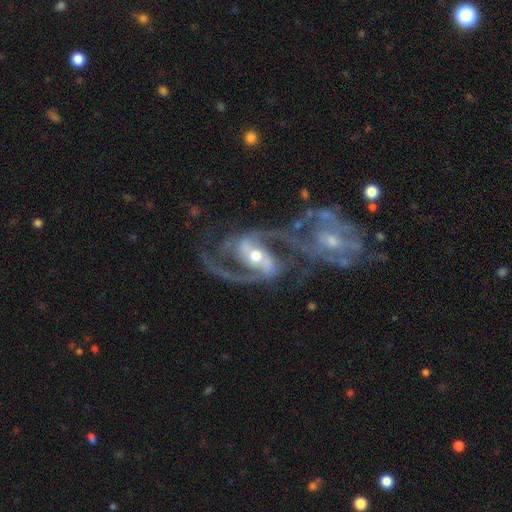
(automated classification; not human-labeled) This is clearly a featured or disk galaxy (91%). It is clearly not viewed edge-on (97%). Bar: possibly strong (49%). Spiral arm pattern: clearly yes (97%). Spiral arm count: clearly 2 (90%). Spiral winding: possibly medium (57%). Central bulge: likely moderate (64%). Merging: marginally merger (39%).